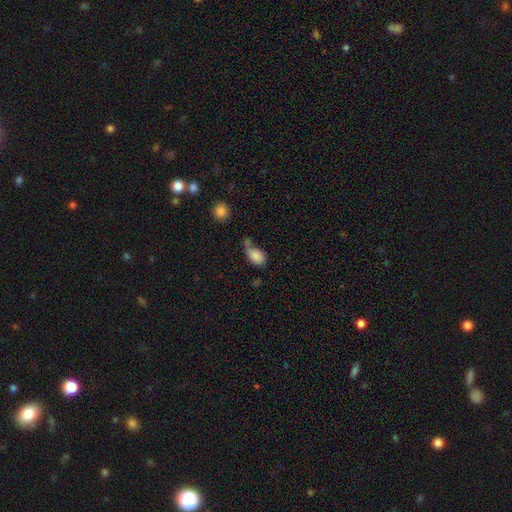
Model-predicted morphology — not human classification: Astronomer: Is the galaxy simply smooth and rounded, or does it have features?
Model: smooth — 82%.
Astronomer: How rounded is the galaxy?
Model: in between — 85%.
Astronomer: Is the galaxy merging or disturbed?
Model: none — 36% (runner-up: merger, 25%).